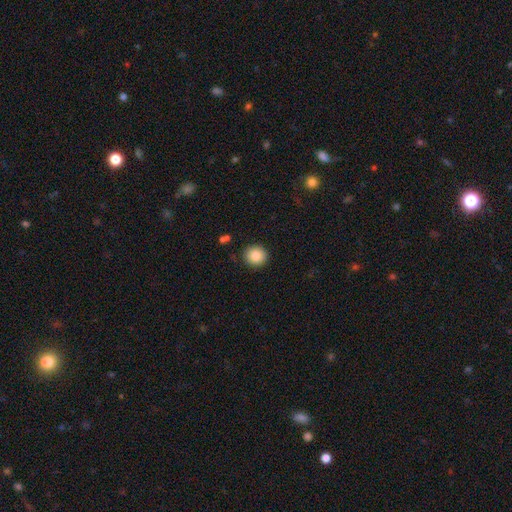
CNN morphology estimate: Smooth or featured?
  - smooth: 84% *
  - star or artifact: 9%
  - featured or disk: 7%
How rounded?
  - round: 90% *
  - in between: 9%
  - cigar-shaped: 1%
Merging?
  - none: 90% *
  - minor disturbance: 6%
  - major disturbance: 2%
  - merger: 2%